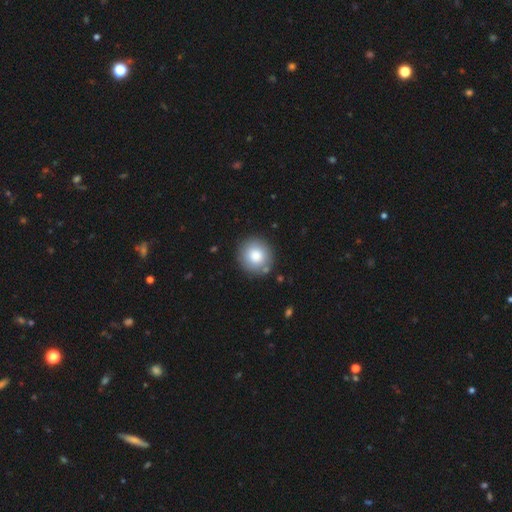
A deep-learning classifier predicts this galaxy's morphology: Smooth or featured: smooth — 82% (featured or disk — 10%)
How rounded: round — 91% (in between — 8%)
Merging: none — 85% (minor disturbance — 9%)